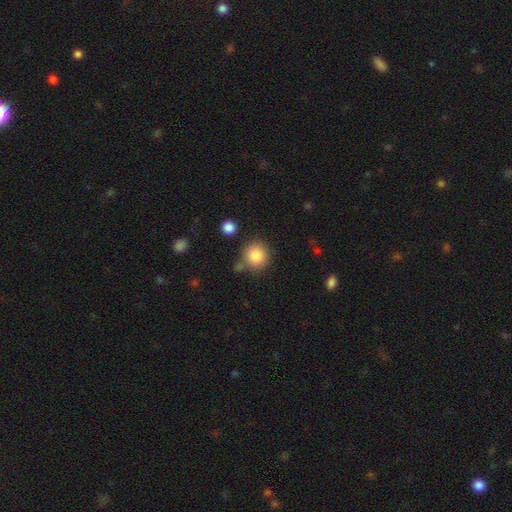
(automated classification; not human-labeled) Smooth or featured? smooth (85%)
How rounded? round (88%)
Merging? none (74%)